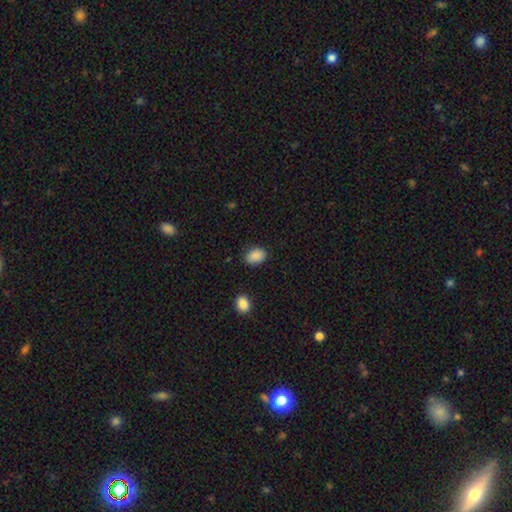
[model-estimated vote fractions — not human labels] smooth_or_featured: smooth (p=0.89) [alt: star or artifact p=0.07]
how_rounded: in between (p=0.80) [alt: round p=0.19]
merging: none (p=0.83) [alt: minor disturbance p=0.12]